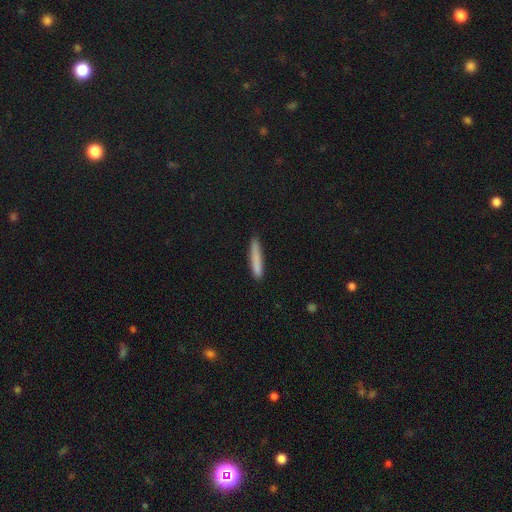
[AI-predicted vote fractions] Smooth or featured? Predicted: smooth (p=0.84). How rounded? Predicted: cigar-shaped (p=0.93). Merging? Predicted: none (p=0.87).